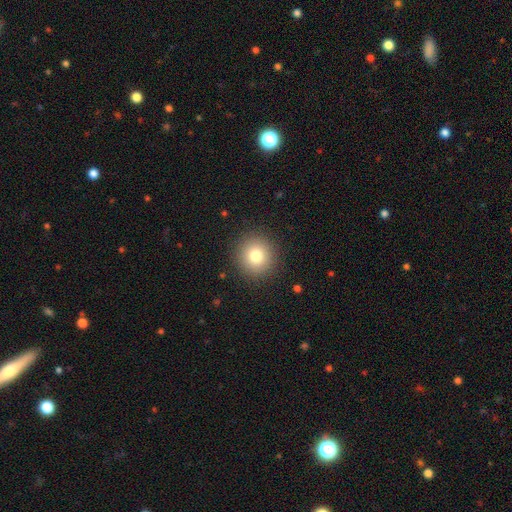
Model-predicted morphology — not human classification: This appears to be a smooth galaxy with no disk features (79%) that is round (93%). Merging: none (91%).